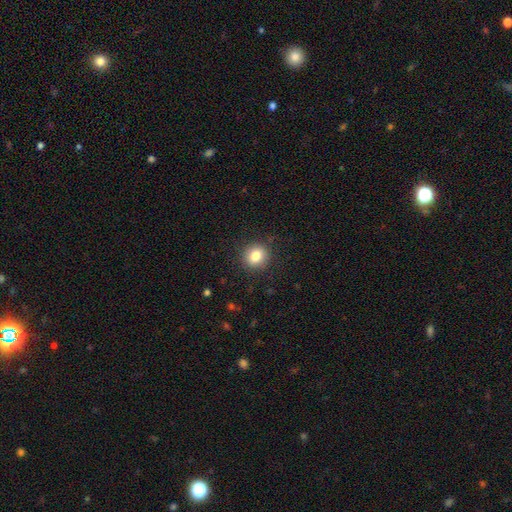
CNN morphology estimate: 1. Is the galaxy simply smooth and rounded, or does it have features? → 83% smooth, 10% star or artifact, 7% featured or disk.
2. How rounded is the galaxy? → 83% round, 16% in between, 1% cigar-shaped.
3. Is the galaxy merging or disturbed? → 89% none, 7% minor disturbance, 2% major disturbance, 1% merger.